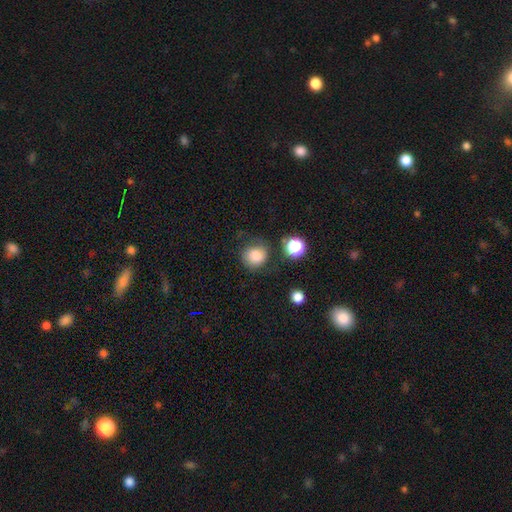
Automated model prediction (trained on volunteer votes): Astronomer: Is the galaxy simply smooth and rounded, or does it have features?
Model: smooth — 81%.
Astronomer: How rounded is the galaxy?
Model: round — 82%.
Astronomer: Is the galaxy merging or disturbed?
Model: none — 68%.